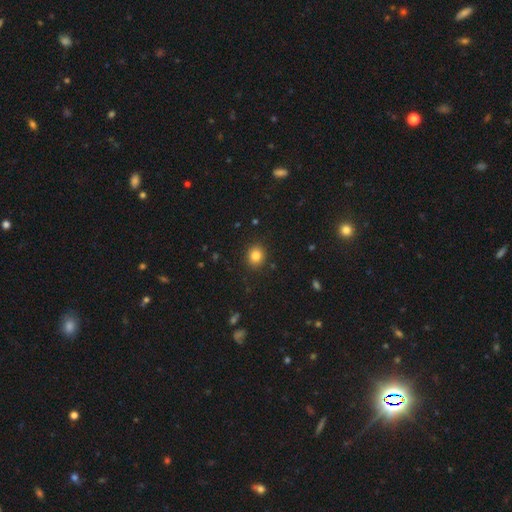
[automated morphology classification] A smooth galaxy with no disk features (83%) that is round (76%). Merging: none (89%).